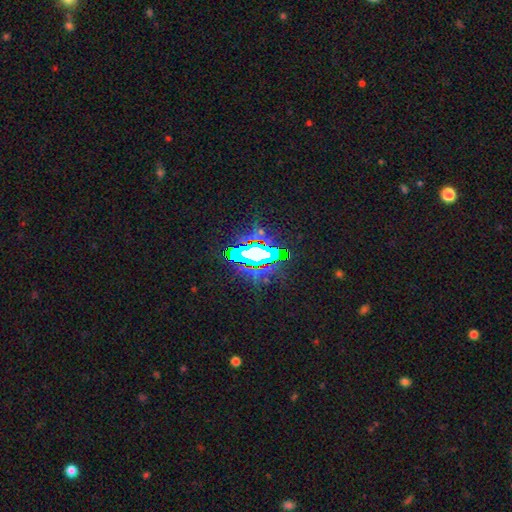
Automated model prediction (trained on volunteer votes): smooth-or-featured: star or artifact: 64% | featured or disk: 20% | smooth: 16%